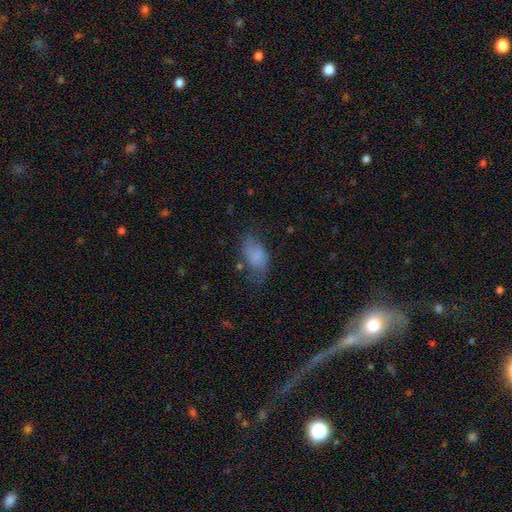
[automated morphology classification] The model was most divided on "merging": none: 47%, minor disturbance: 31%, major disturbance: 18%, merger: 4%. More confident: how rounded — in between (91%); smooth or featured — smooth (70%).